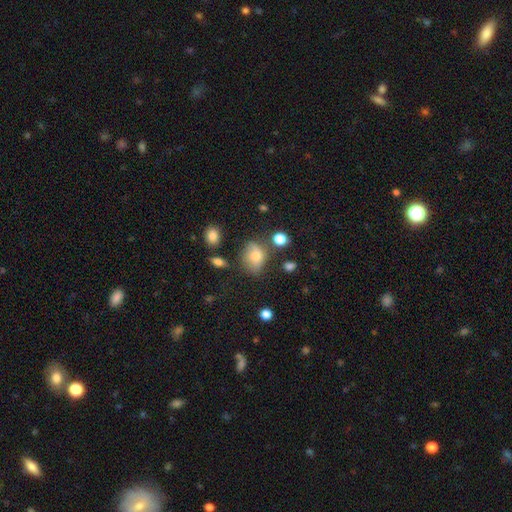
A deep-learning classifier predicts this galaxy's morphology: smooth-or-featured: smooth: 71% | featured or disk: 16% | star or artifact: 12%
  how-rounded: in between: 61% | round: 37% | cigar-shaped: 2%
  merging: none: 60% | minor disturbance: 25% | major disturbance: 9% | merger: 6%